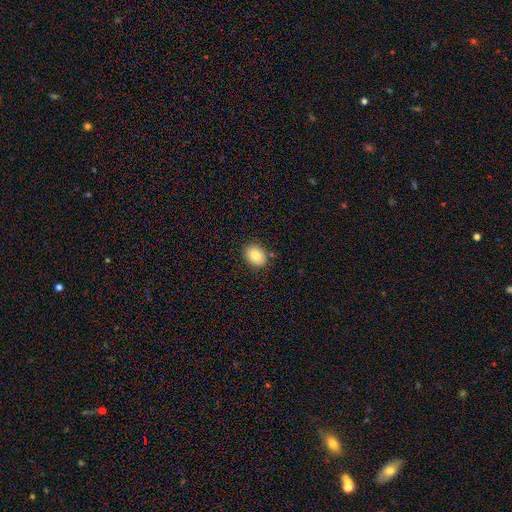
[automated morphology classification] The model was most divided on "how rounded": in between: 50%, round: 49%, cigar-shaped: 1%. More confident: merging — none (83%); smooth or featured — smooth (83%).